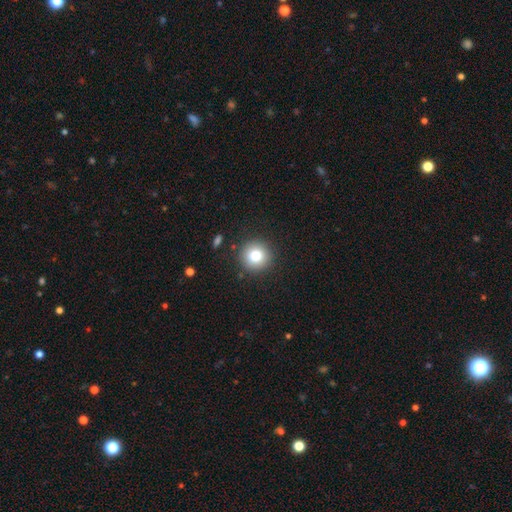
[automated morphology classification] Smooth or featured?
  - smooth: 79% *
  - star or artifact: 11%
  - featured or disk: 10%
How rounded?
  - round: 94% *
  - in between: 5%
  - cigar-shaped: 1%
Merging?
  - none: 89% *
  - minor disturbance: 7%
  - major disturbance: 3%
  - merger: 2%